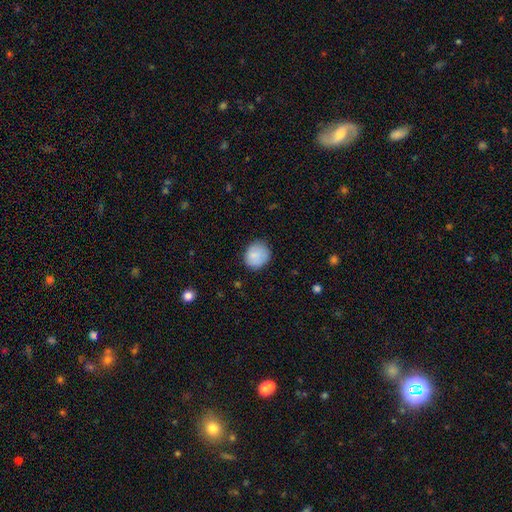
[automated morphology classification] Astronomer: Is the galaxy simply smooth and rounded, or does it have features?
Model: smooth — 87%.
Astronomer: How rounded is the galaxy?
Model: round — 81%.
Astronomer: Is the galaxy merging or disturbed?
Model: none — 81%.